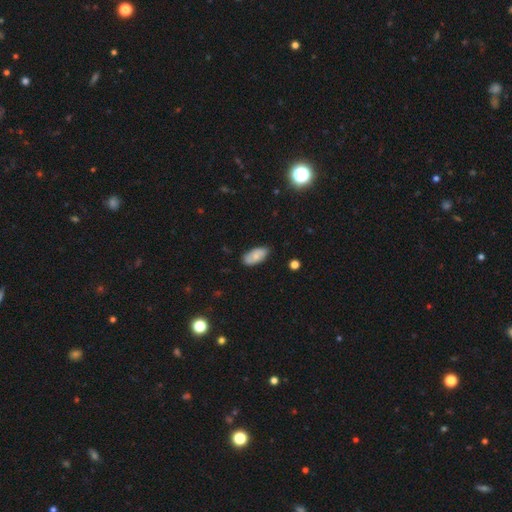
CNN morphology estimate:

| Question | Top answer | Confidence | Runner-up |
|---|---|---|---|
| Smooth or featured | smooth | 72% | featured or disk (21%) |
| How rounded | in between | 92% | cigar-shaped (5%) |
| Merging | none | 78% | minor disturbance (18%) |